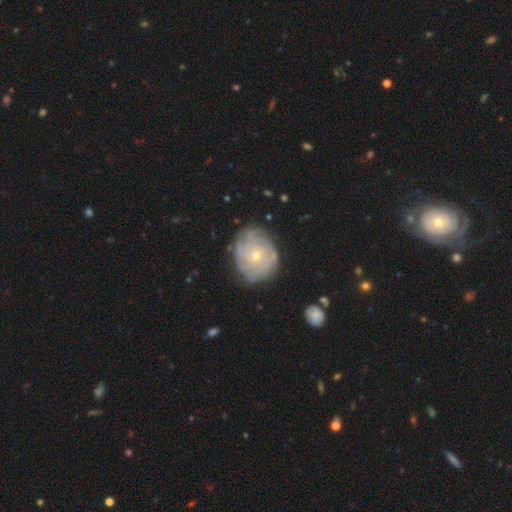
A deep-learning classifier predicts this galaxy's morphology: This appears to be a featured or disk galaxy (77%) with no bar (82%), tight (77%) spiral arms (90%) and a small central bulge (74%). Merging: none (77%).